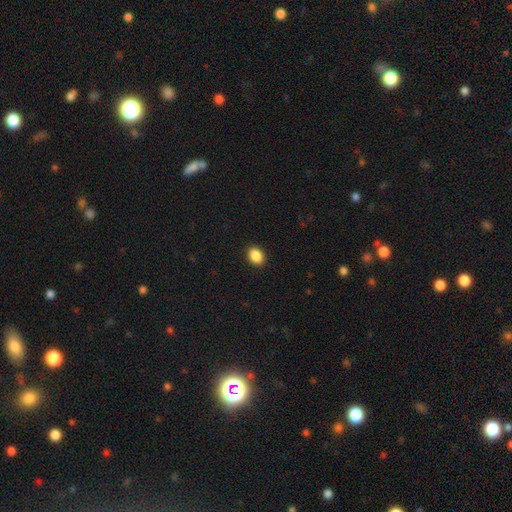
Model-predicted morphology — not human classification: The model was most divided on "how rounded": in between: 71%, round: 28%, cigar-shaped: 1%. More confident: merging — none (91%); smooth or featured — smooth (89%).